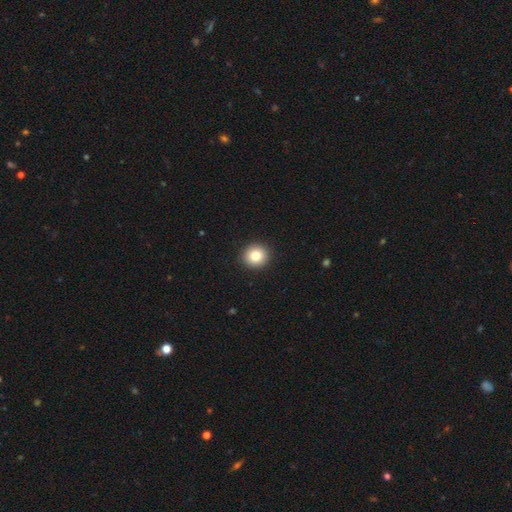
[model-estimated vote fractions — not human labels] smooth 82%, star or artifact 10%, featured or disk 8%. Down the decision tree: how rounded — round (91%); merging — none (93%).